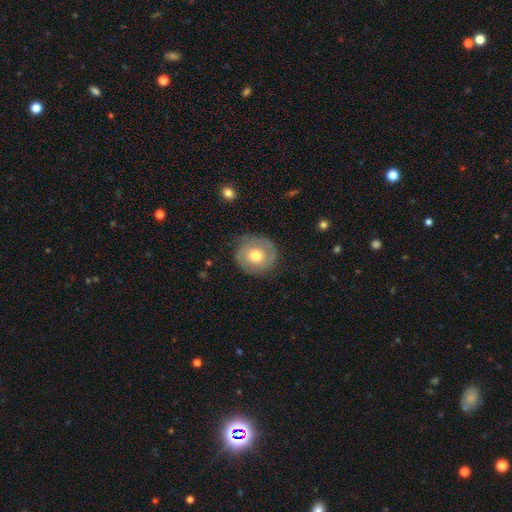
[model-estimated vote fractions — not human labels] smooth-or-featured: smooth: 63% | featured or disk: 30% | star or artifact: 7%
  how-rounded: round: 91% | in between: 8% | cigar-shaped: 1%
  merging: none: 79% | minor disturbance: 15% | major disturbance: 5% | merger: 1%